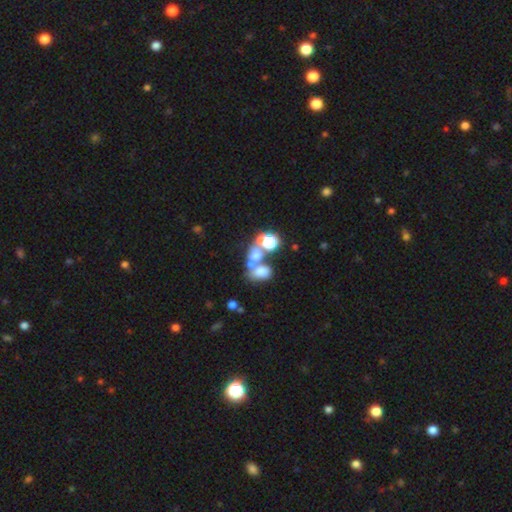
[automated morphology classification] smooth_or_featured: smooth (p=0.56) [alt: featured or disk p=0.22]
how_rounded: in between (p=0.57) [alt: round p=0.41]
merging: merger (p=0.54) [alt: none p=0.30]